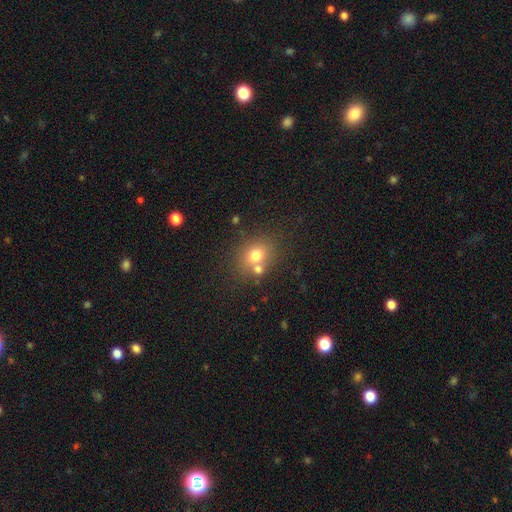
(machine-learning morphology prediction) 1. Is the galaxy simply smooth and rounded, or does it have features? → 73% smooth, 14% featured or disk, 13% star or artifact.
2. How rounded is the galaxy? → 63% round, 36% in between, 1% cigar-shaped.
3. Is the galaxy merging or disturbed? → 58% none, 27% merger, 11% minor disturbance, 4% major disturbance.